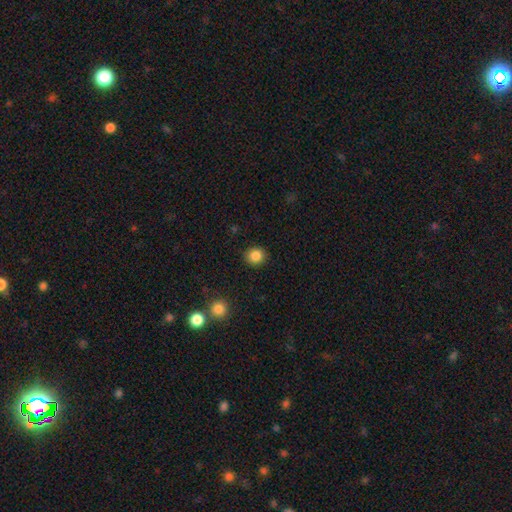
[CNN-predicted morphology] smooth 85%, star or artifact 10%, featured or disk 5%. Down the decision tree: how rounded — round (87%); merging — none (91%).